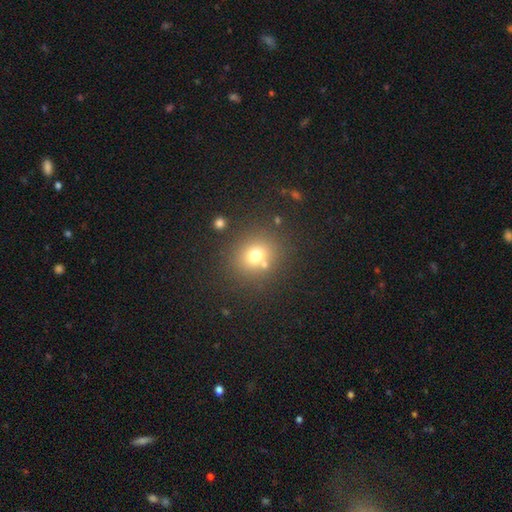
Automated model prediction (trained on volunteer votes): This appears to be a smooth galaxy with no disk features (71%) that is round (80%). Merging: none (75%).